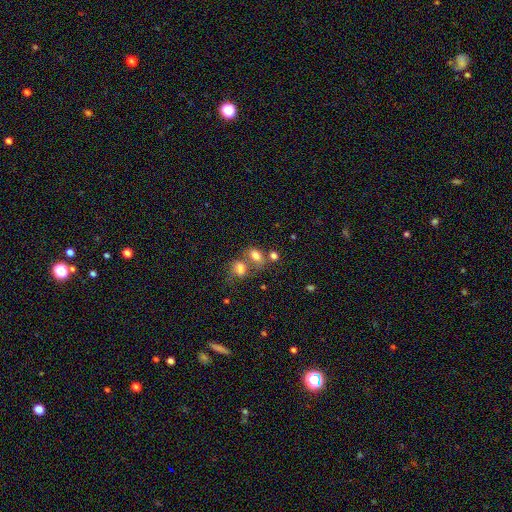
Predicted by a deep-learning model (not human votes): Smooth or featured? Predicted: smooth (p=0.77). How rounded? Predicted: in between (p=0.77). Merging? Predicted: merger (p=0.46).